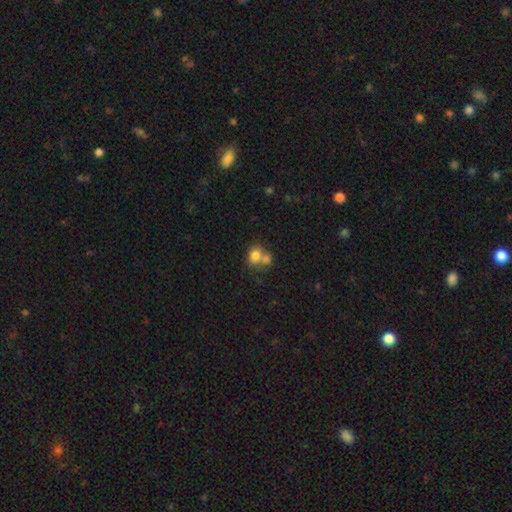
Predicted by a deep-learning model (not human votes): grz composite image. It shows a smooth galaxy with no disk features (77%) that is round (59%). Merging: merger (53%).